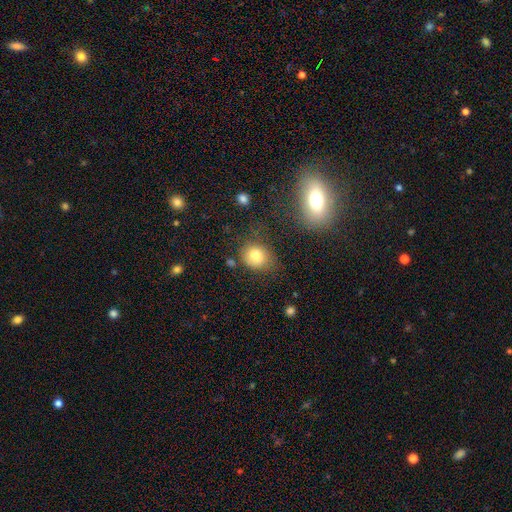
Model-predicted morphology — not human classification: smooth 78%, star or artifact 11%, featured or disk 10%. Down the decision tree: how rounded — round (65%); merging — none (68%).